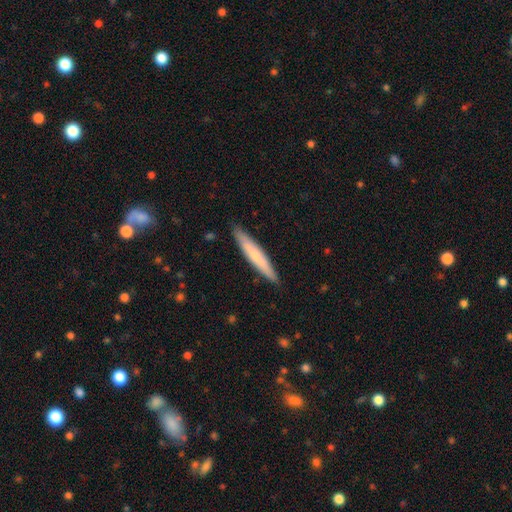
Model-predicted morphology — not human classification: Q: Smooth or featured?
A: smooth (65%); runner-up: featured or disk (29%)
Q: How rounded?
A: cigar-shaped (93%); runner-up: in between (5%)
Q: Merging?
A: none (90%); runner-up: minor disturbance (7%)